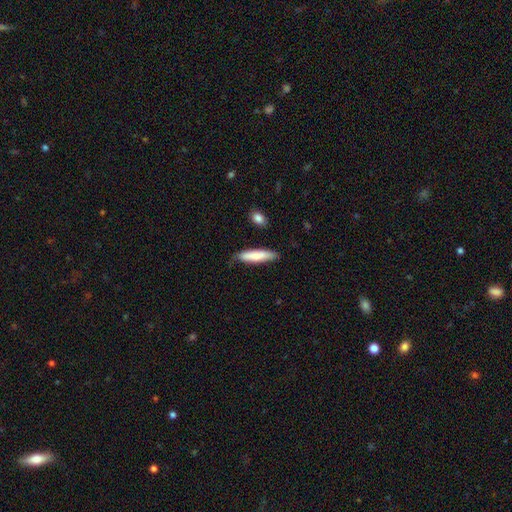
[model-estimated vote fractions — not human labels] Smooth or featured? smooth (77%)
How rounded? cigar-shaped (78%)
Merging? none (77%)